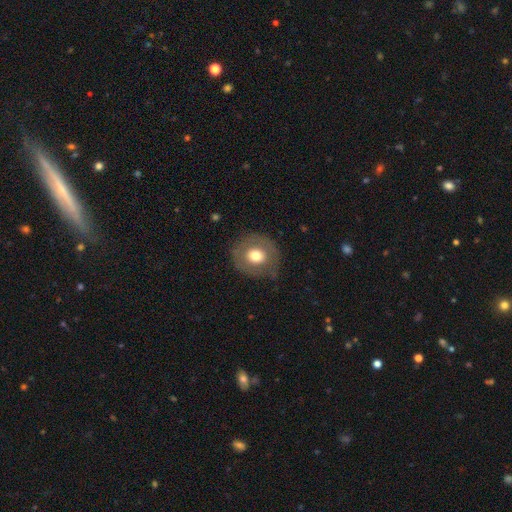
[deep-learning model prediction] This appears to be a smooth galaxy with no disk features (65%) that is round (84%). Merging: none (77%).